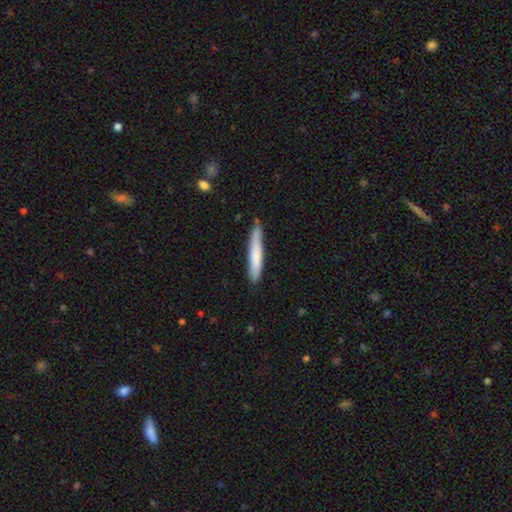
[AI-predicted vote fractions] smooth_or_featured: smooth (p=0.74) [alt: featured or disk p=0.21]
how_rounded: cigar-shaped (p=0.93) [alt: in between p=0.05]
merging: none (p=0.79) [alt: minor disturbance p=0.17]